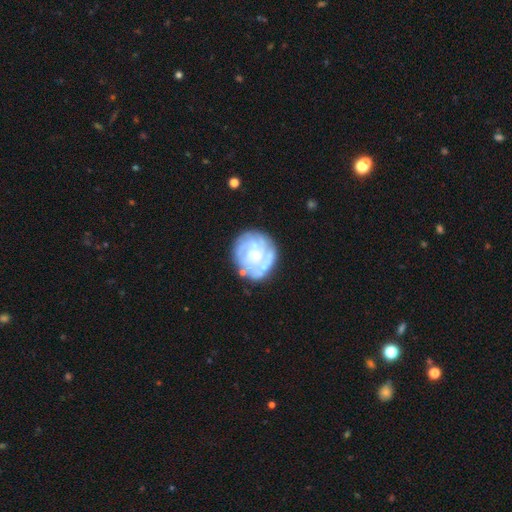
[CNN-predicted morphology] Q: Smooth or featured?
A: featured or disk (72%); runner-up: smooth (21%)
Q: Edge-on disk?
A: no (98%); runner-up: yes (2%)
Q: Bar?
A: no (77%); runner-up: weak (19%)
Q: Spiral arms?
A: yes (74%); runner-up: no (26%)
Q: Spiral winding?
A: tight (64%); runner-up: medium (26%)
Q: Spiral arm count?
A: can't tell (46%); runner-up: 3 (16%)
Q: Bulge size?
A: small (49%); runner-up: moderate (32%)
Q: Merging?
A: none (72%); runner-up: minor disturbance (17%)